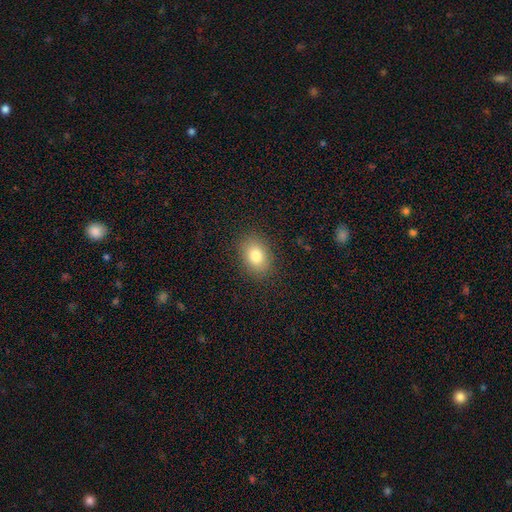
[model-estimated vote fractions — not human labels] The model was most divided on "how rounded": in between: 71%, round: 28%, cigar-shaped: 1%. More confident: merging — none (87%); smooth or featured — smooth (80%).